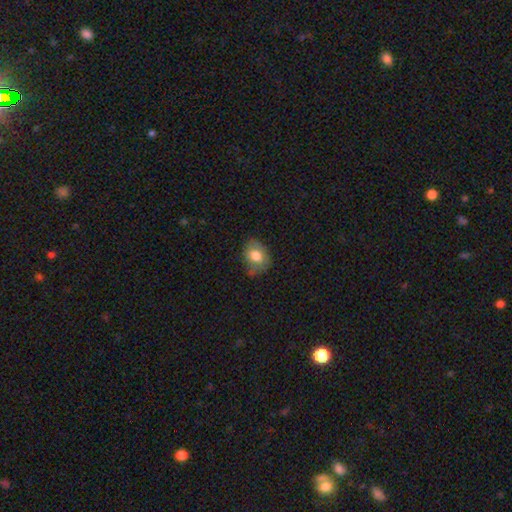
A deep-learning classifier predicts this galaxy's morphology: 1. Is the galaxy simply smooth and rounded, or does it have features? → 75% smooth, 17% featured or disk, 8% star or artifact.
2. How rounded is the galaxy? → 64% in between, 35% round, 1% cigar-shaped.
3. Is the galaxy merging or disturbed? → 62% none, 28% minor disturbance, 8% major disturbance, 2% merger.